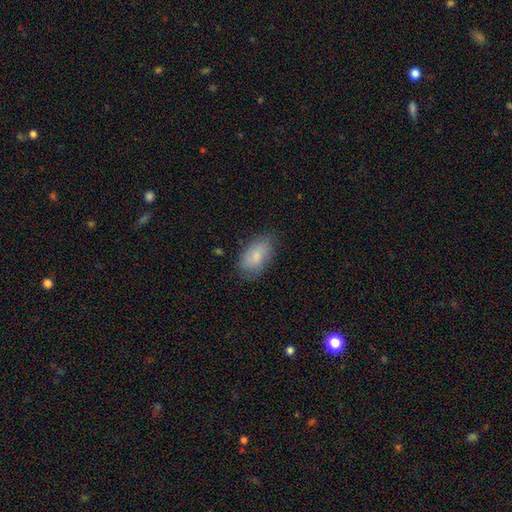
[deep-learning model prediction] smooth-or-featured: smooth: 79% | featured or disk: 14% | star or artifact: 7%
  how-rounded: in between: 93% | round: 4% | cigar-shaped: 3%
  merging: none: 76% | minor disturbance: 18% | major disturbance: 4% | merger: 1%